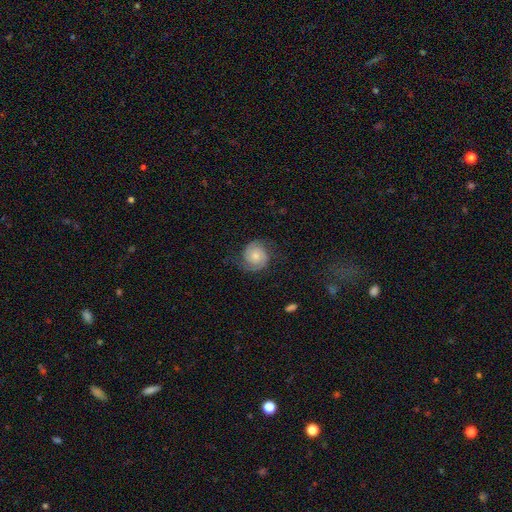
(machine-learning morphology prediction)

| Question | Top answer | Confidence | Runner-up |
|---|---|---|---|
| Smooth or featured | featured or disk | 78% | smooth (15%) |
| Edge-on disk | no | 98% | yes (2%) |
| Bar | no | 73% | weak (23%) |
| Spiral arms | yes | 96% | no (4%) |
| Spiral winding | tight | 51% | medium (38%) |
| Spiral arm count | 2 | 88% | can't tell (5%) |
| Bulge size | small | 52% | moderate (38%) |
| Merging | none | 74% | minor disturbance (16%) |